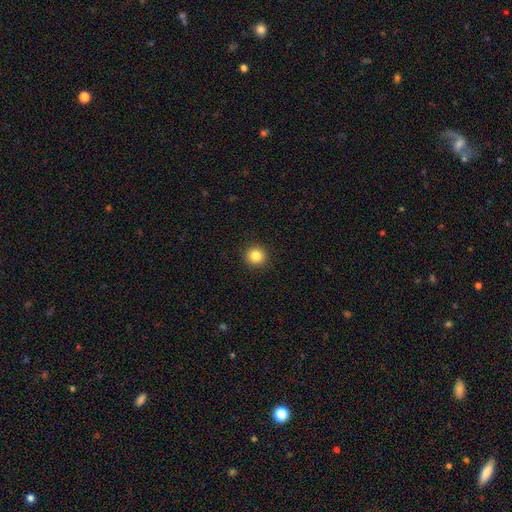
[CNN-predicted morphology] This appears to be a smooth galaxy with no disk features (84%) that is round (94%). Merging: none (93%).